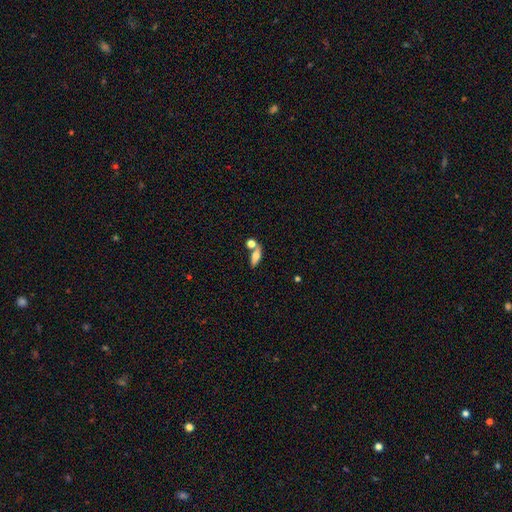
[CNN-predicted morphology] smooth 67%, featured or disk 25%, star or artifact 8%. Down the decision tree: how rounded — in between (65%); merging — none (53%).